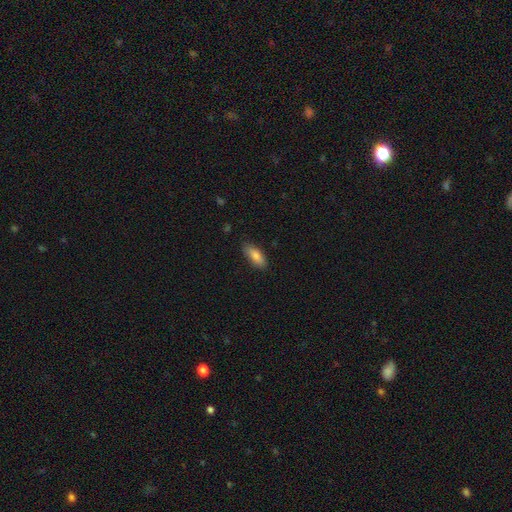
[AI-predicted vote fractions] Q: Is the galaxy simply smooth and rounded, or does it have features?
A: smooth — 84%.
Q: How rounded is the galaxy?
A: in between — 79%.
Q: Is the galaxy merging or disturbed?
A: none — 83%.